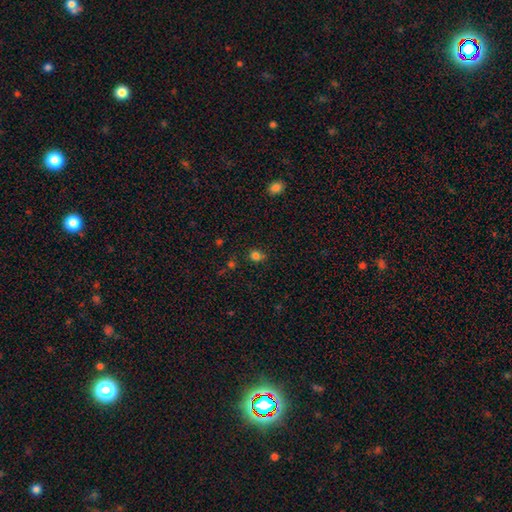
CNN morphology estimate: Overall: smooth (79%). How rounded: round (72%). Merging: none (76%).